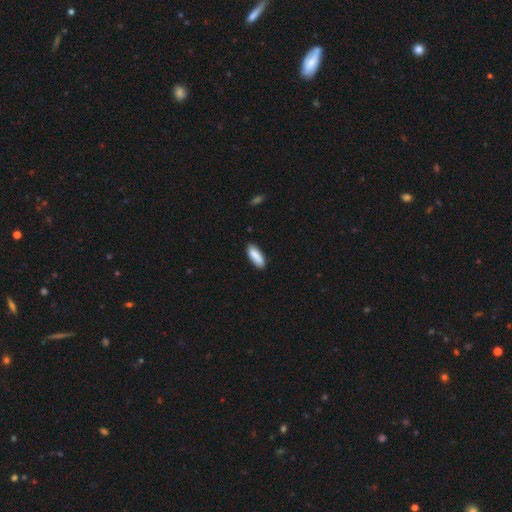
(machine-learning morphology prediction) type=smooth (87%); roundness=in between (64%); merging=none (82%).